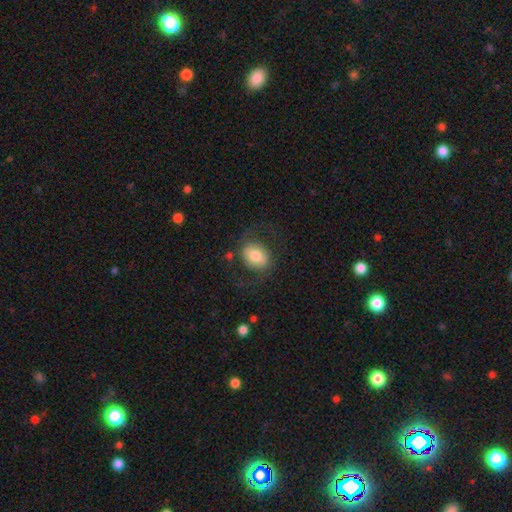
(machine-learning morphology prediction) This is likely a smooth galaxy (62%). How rounded: possibly round (51%). Merging: likely none (69%).